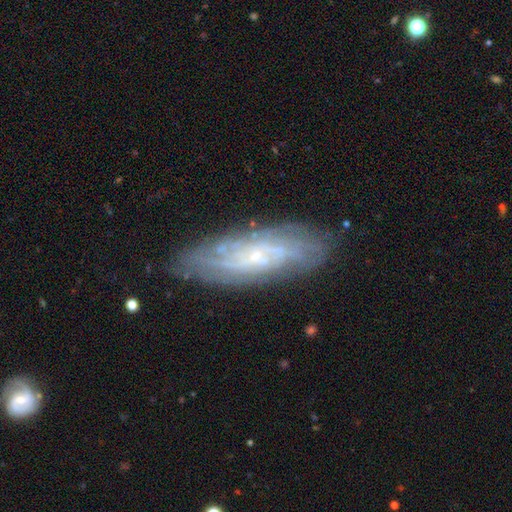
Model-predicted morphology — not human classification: Smooth or featured?
  - featured or disk: 74% *
  - smooth: 18%
  - star or artifact: 7%
Edge-on disk?
  - no: 81% *
  - yes: 19%
Bar?
  - no: 65% *
  - weak: 29%
  - strong: 6%
Spiral arms?
  - yes: 87% *
  - no: 13%
Spiral winding?
  - tight: 61% *
  - medium: 29%
  - loose: 10%
Spiral arm count?
  - can't tell: 56% *
  - 2: 14%
  - 4: 10%
  - 3: 10%
  - more than 4: 6%
  - 1: 4%
Bulge size?
  - small: 76% *
  - moderate: 15%
  - none: 7%
  - large: 1%
  - dominant: 1%
Merging?
  - none: 79% *
  - minor disturbance: 15%
  - major disturbance: 4%
  - merger: 2%